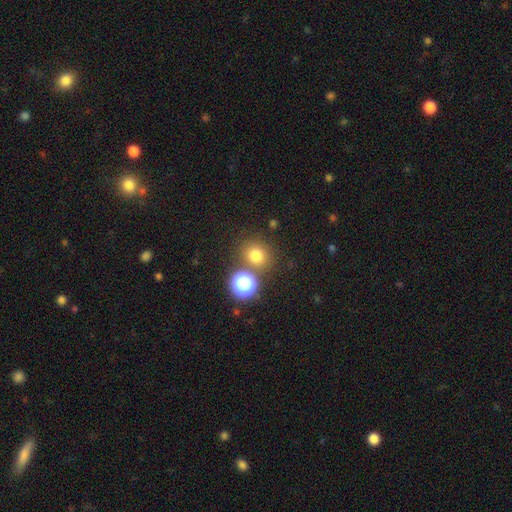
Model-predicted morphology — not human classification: Smooth or featured: smooth — 73% (star or artifact — 19%)
How rounded: round — 84% (in between — 15%)
Merging: none — 76% (merger — 11%)